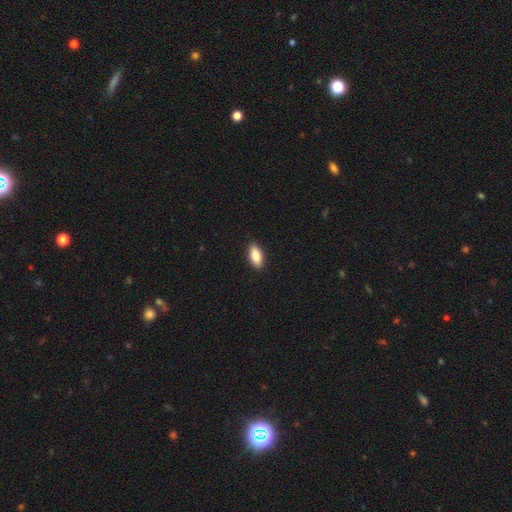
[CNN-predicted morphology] smooth-or-featured: smooth: 83% | featured or disk: 10% | star or artifact: 7%
  how-rounded: in between: 88% | cigar-shaped: 9% | round: 3%
  merging: none: 90% | minor disturbance: 7% | major disturbance: 2% | merger: 1%